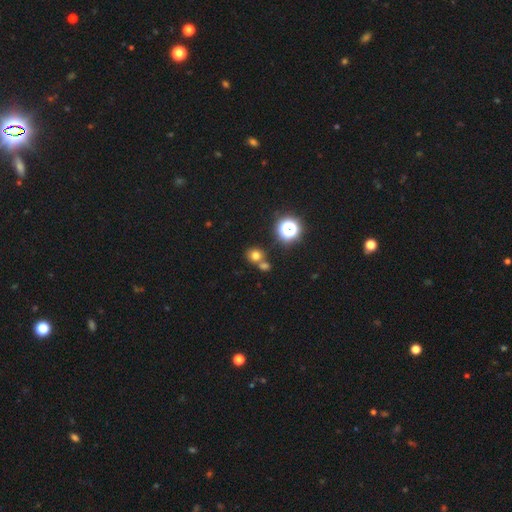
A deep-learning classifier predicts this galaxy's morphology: Smooth or featured? smooth (70%)
How rounded? round (79%)
Merging? none (59%)